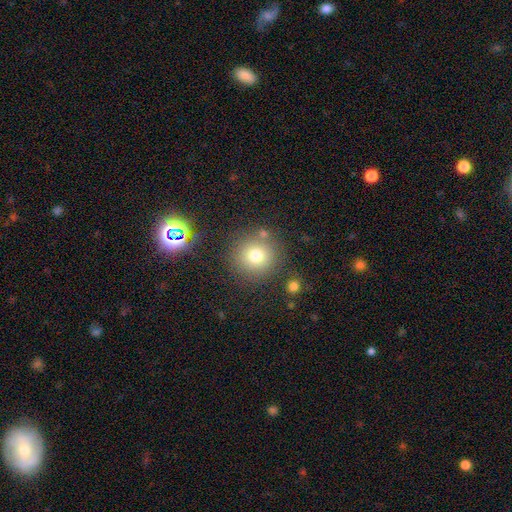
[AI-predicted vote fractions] Smooth or featured: smooth — 75% (star or artifact — 14%)
How rounded: round — 93% (in between — 6%)
Merging: none — 81% (minor disturbance — 9%)